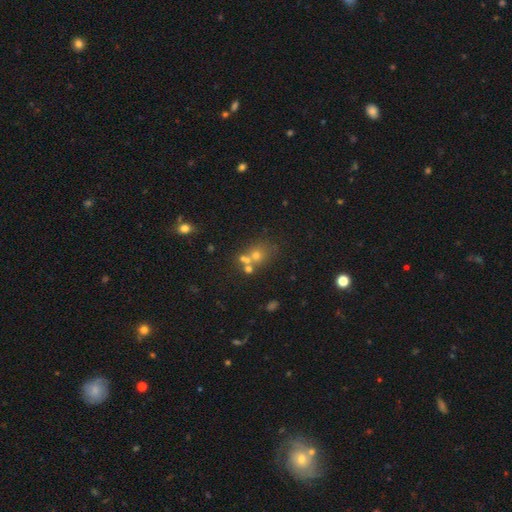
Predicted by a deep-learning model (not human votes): A smooth galaxy with no disk features (52%) that is round (74%).

Vote fractions:
- Smooth or featured? smooth: 52% / star or artifact: 28% / featured or disk: 20%
- How rounded? round: 74% / in between: 25% / cigar-shaped: 1%
- Merging? none: 47% / merger: 39% / minor disturbance: 9% / major disturbance: 5%